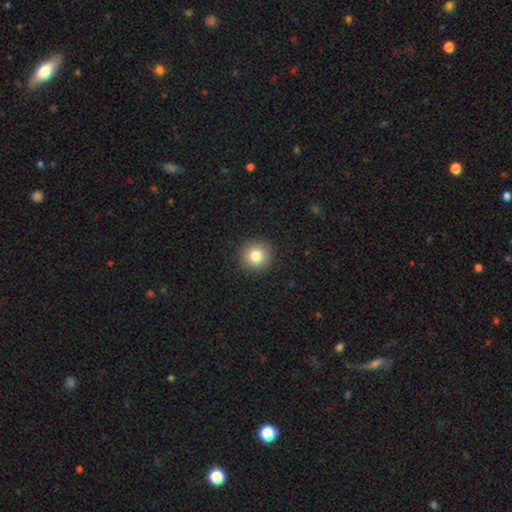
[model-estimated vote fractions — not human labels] Smooth or featured? Predicted: smooth (p=0.82). How rounded? Predicted: round (p=0.93). Merging? Predicted: none (p=0.92).